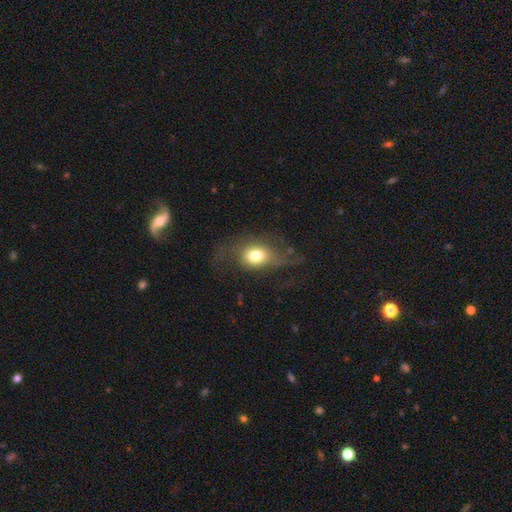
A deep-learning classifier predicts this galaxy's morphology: This is likely a smooth galaxy (65%). How rounded: possibly in between (53%). Merging: marginally none (45%).